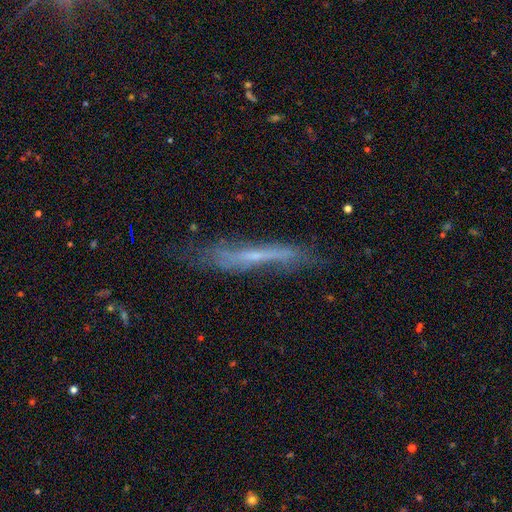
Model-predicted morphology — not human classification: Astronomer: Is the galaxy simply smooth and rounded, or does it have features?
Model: featured or disk — 58%.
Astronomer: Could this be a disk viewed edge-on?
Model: yes — 75%.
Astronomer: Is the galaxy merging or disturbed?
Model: none — 65%.